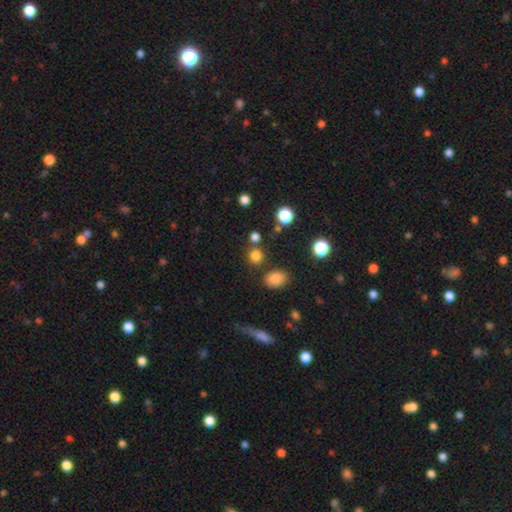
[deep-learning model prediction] Q: Smooth or featured?
A: smooth (79%); runner-up: star or artifact (16%)
Q: How rounded?
A: round (85%); runner-up: in between (14%)
Q: Merging?
A: none (78%); runner-up: merger (10%)